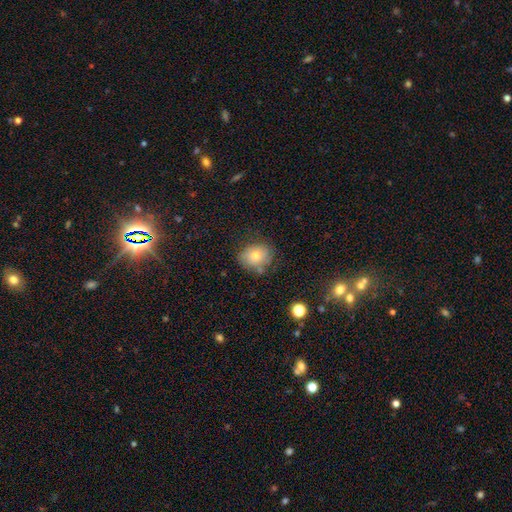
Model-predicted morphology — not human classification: This appears to be a smooth galaxy with no disk features (72%) that is round (55%). Merging: none (72%).